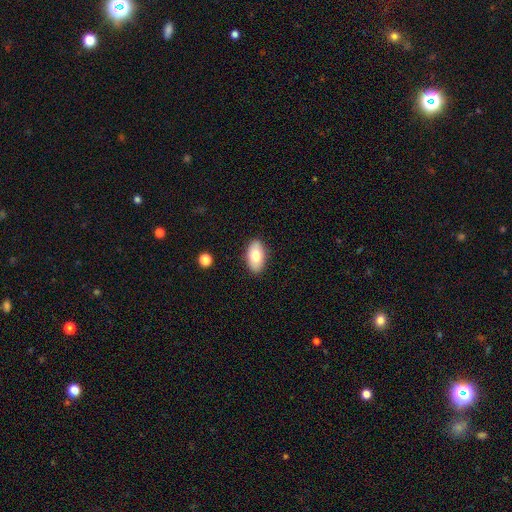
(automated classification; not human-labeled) A smooth galaxy with no disk features (75%) that is in between round and cigar-shaped (93%).

Vote fractions:
- Smooth or featured? smooth: 75% / featured or disk: 18% / star or artifact: 7%
- How rounded? in between: 93% / round: 5% / cigar-shaped: 2%
- Merging? none: 87% / minor disturbance: 10% / major disturbance: 2% / merger: 1%